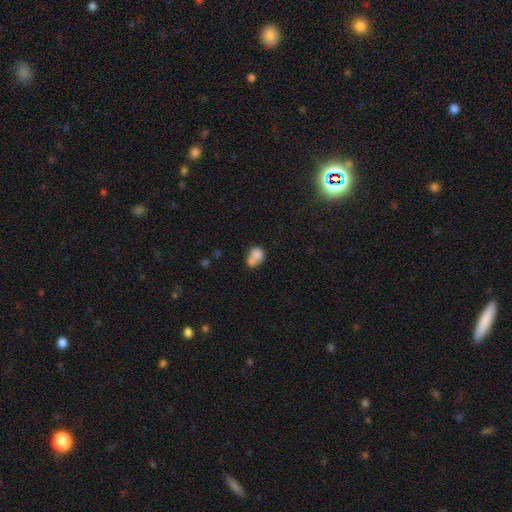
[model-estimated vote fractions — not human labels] smooth_or_featured: smooth (p=0.78) [alt: featured or disk p=0.13]
how_rounded: round (p=0.54) [alt: in between p=0.45]
merging: merger (p=0.56) [alt: none p=0.26]